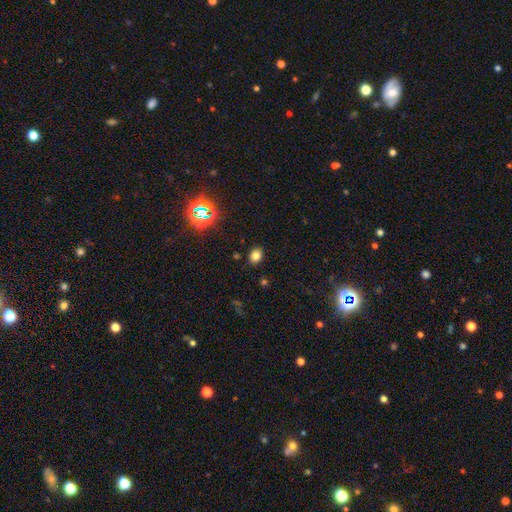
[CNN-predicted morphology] Smooth or featured: smooth — 76% (star or artifact — 19%)
How rounded: round — 57% (in between — 42%)
Merging: none — 87% (minor disturbance — 9%)